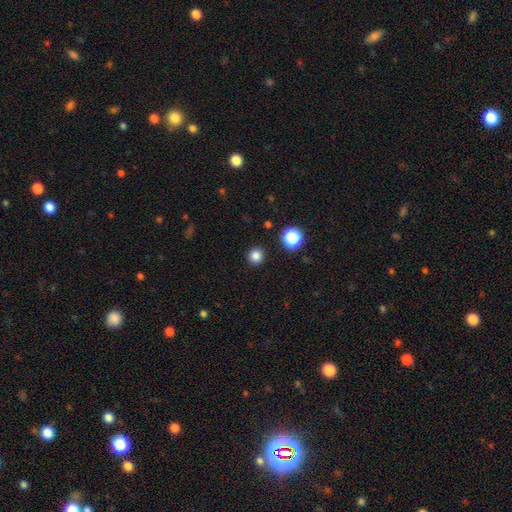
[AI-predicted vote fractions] A smooth galaxy with no disk features (83%) that is round (93%). Merging: none (92%).